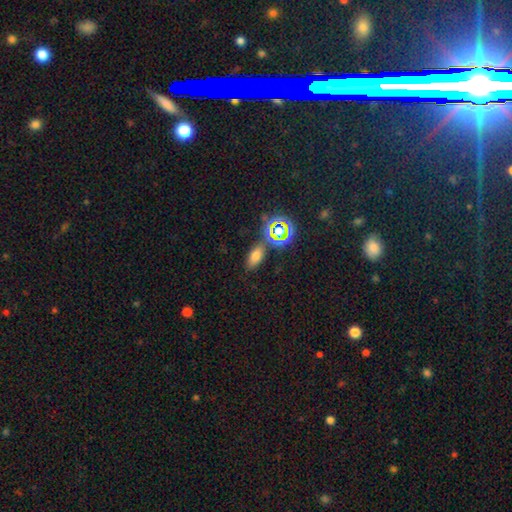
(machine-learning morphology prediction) type=smooth (66%); roundness=in between (83%); merging=none (78%).